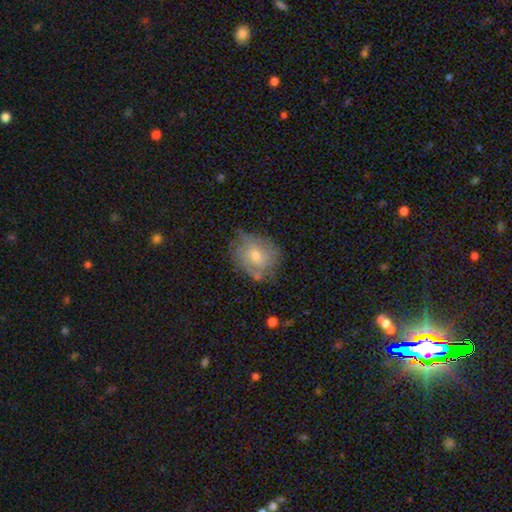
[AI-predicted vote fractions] Smooth or featured: featured or disk — 46% (smooth — 45%)
Merging: none — 59% (minor disturbance — 28%)